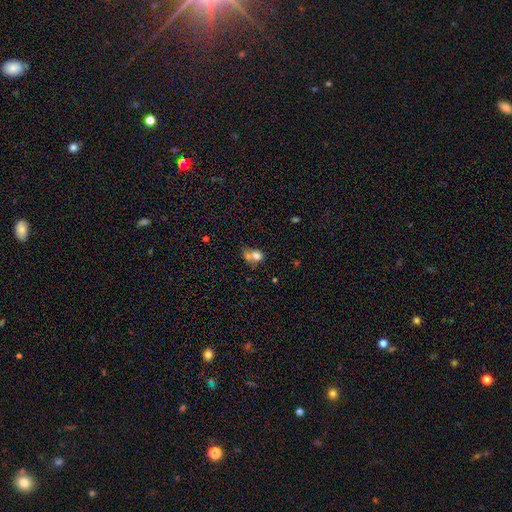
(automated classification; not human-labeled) A smooth galaxy with no disk features (73%) that is round (60%). Merging: merger (50%).